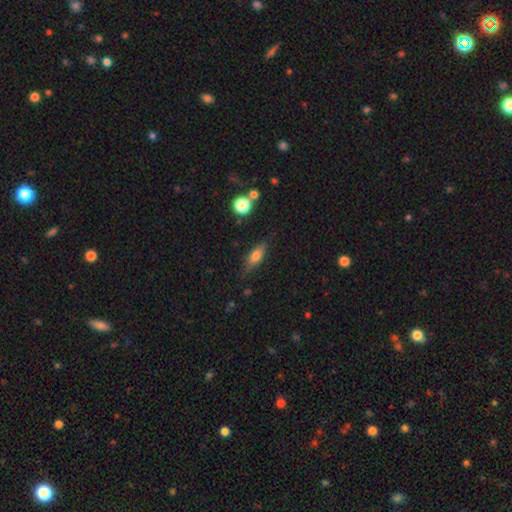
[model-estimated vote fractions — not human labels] Q: Smooth or featured?
A: smooth (57%); runner-up: featured or disk (34%)
Q: How rounded?
A: in between (55%); runner-up: cigar-shaped (39%)
Q: Merging?
A: none (76%); runner-up: minor disturbance (17%)